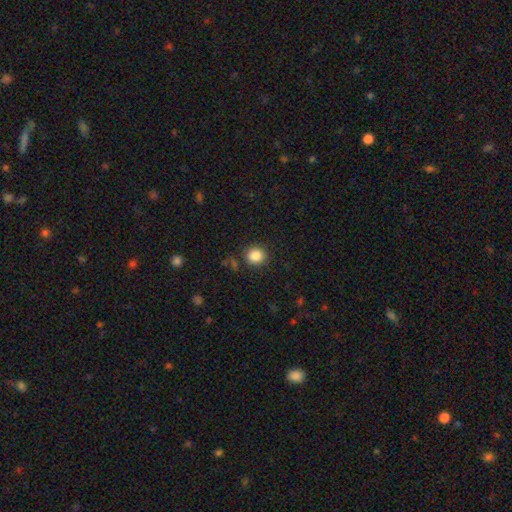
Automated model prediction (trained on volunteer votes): A smooth galaxy with no disk features (86%) that is round (84%).

Vote fractions:
- Smooth or featured? smooth: 86% / star or artifact: 10% / featured or disk: 4%
- How rounded? round: 84% / in between: 15% / cigar-shaped: 1%
- Merging? none: 88% / minor disturbance: 8% / major disturbance: 3% / merger: 2%